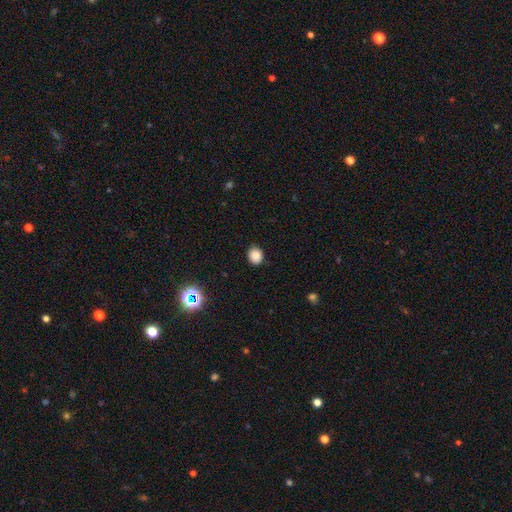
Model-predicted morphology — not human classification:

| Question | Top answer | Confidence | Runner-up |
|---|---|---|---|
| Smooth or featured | smooth | 85% | star or artifact (11%) |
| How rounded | round | 66% | in between (33%) |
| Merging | none | 86% | minor disturbance (11%) |